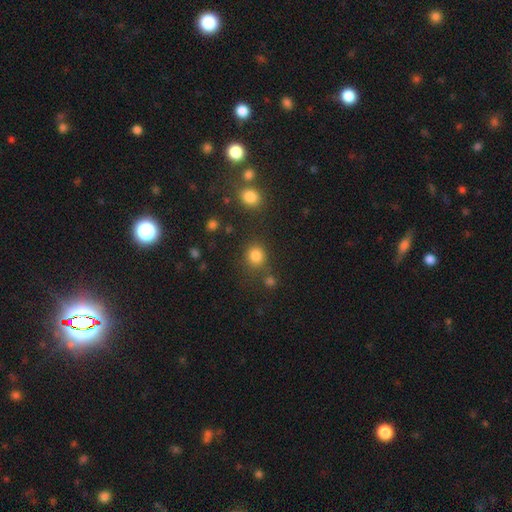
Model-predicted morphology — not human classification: smooth-or-featured: smooth: 83% | star or artifact: 13% | featured or disk: 5%
  how-rounded: round: 84% | in between: 15% | cigar-shaped: 1%
  merging: none: 76% | minor disturbance: 10% | merger: 9% | major disturbance: 5%